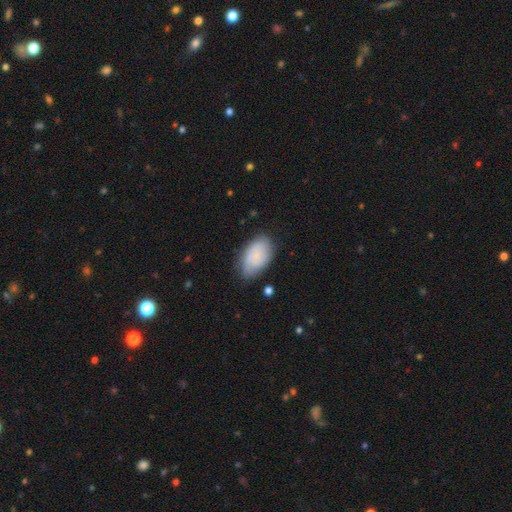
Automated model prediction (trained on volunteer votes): Smooth or featured? Predicted: smooth (p=0.65). How rounded? Predicted: in between (p=0.93). Merging? Predicted: none (p=0.70).